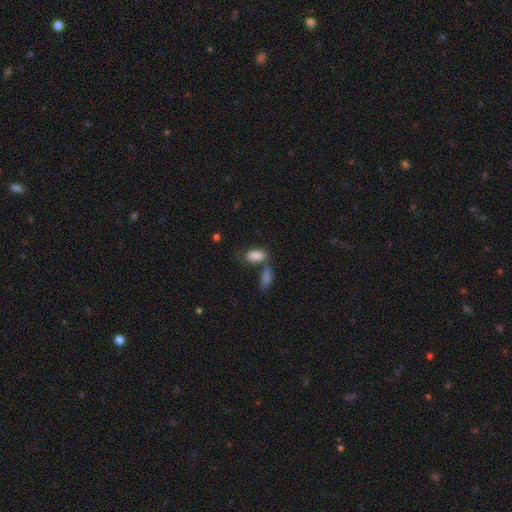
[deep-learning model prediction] A smooth galaxy with no disk features (86%) that is in between round and cigar-shaped (92%).

Vote fractions:
- Smooth or featured? smooth: 86% / star or artifact: 8% / featured or disk: 6%
- How rounded? in between: 92% / cigar-shaped: 4% / round: 4%
- Merging? none: 49% / merger: 31% / minor disturbance: 14% / major disturbance: 6%